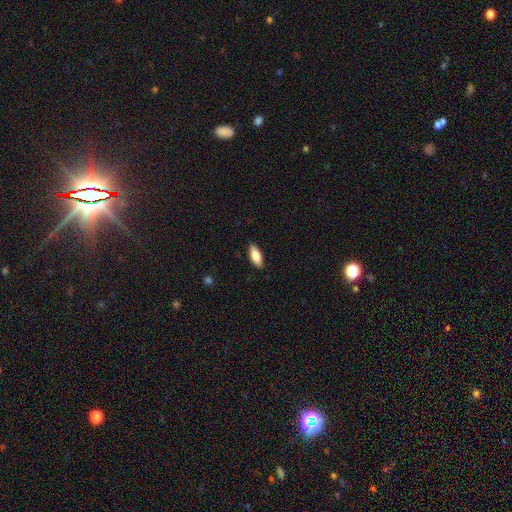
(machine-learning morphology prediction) A smooth galaxy with no disk features (79%) that is in between round and cigar-shaped (75%).

Vote fractions:
- Smooth or featured? smooth: 79% / featured or disk: 15% / star or artifact: 6%
- How rounded? in between: 75% / cigar-shaped: 23% / round: 2%
- Merging? none: 88% / minor disturbance: 9% / major disturbance: 2% / merger: 1%